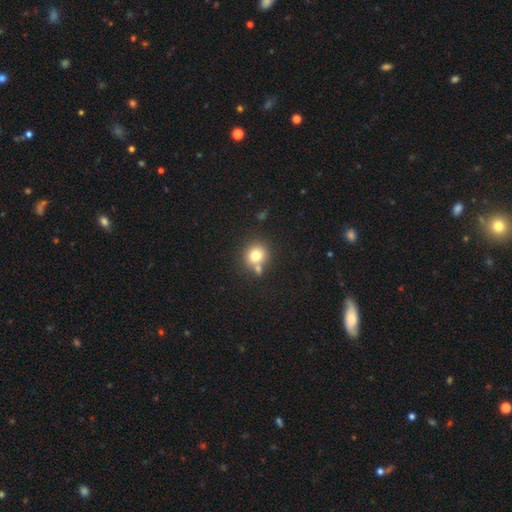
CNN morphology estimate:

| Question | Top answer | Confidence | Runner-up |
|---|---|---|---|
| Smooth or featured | smooth | 76% | star or artifact (12%) |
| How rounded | round | 86% | in between (13%) |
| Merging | none | 63% | merger (24%) |